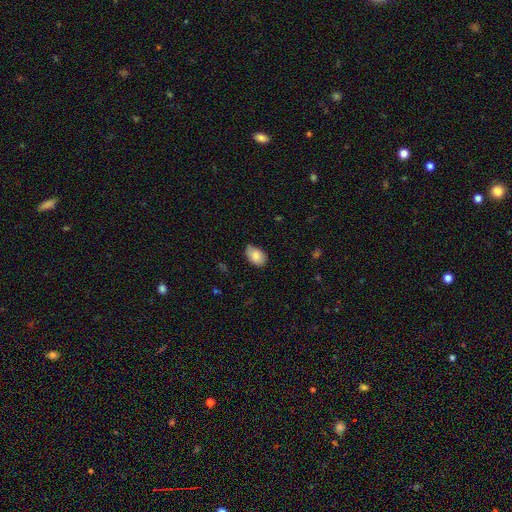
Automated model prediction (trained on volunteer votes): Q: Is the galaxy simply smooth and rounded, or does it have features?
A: smooth — 84%.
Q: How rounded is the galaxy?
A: in between — 88%.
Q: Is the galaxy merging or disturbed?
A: none — 69%.